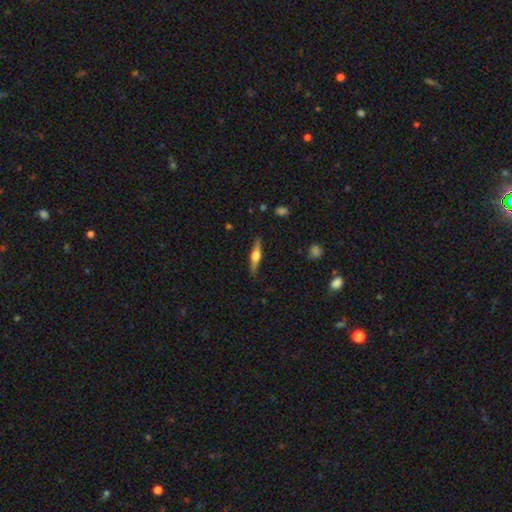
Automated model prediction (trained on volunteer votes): A featured or disk galaxy (65%) viewed edge-on (97%) with a rounded central bulge (92%). Merging: none (88%).